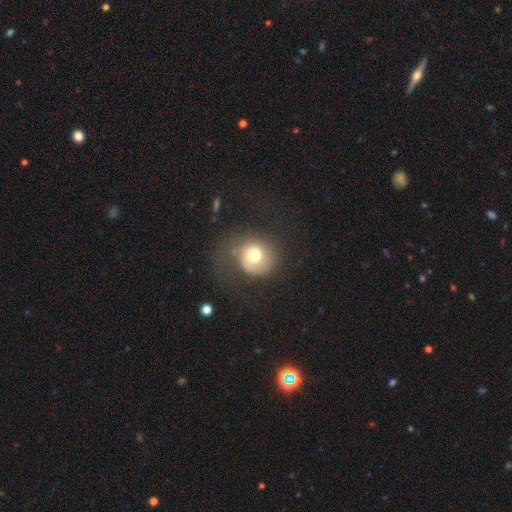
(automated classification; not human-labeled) smooth_or_featured: smooth (p=0.58) [alt: featured or disk p=0.33]
how_rounded: round (p=0.80) [alt: in between p=0.19]
merging: none (p=0.48) [alt: major disturbance p=0.27]